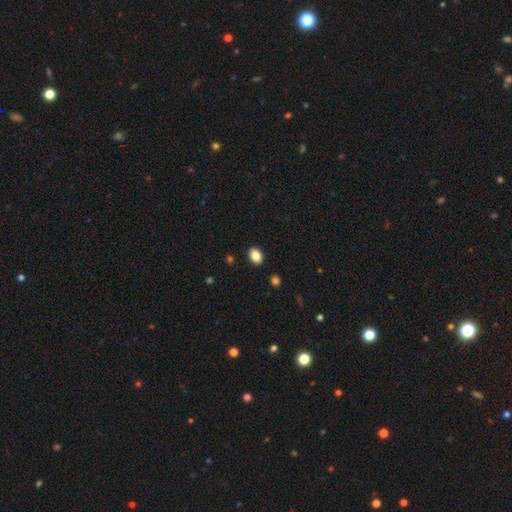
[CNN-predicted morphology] A smooth galaxy with no disk features (85%) that is in between round and cigar-shaped (77%). Merging: none (89%).